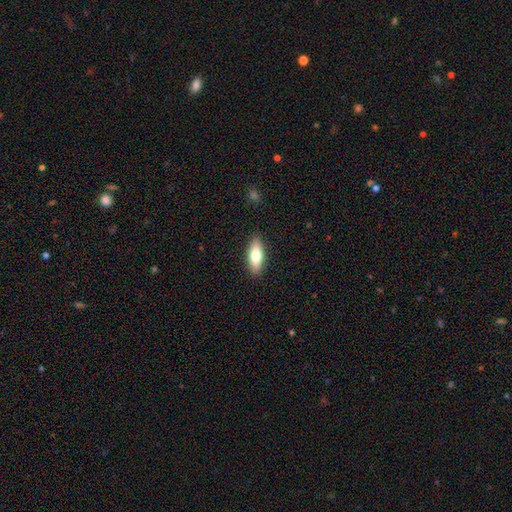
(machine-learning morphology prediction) The model was most divided on "how rounded": in between: 71%, cigar-shaped: 27%, round: 2%. More confident: merging — none (89%); smooth or featured — smooth (75%).